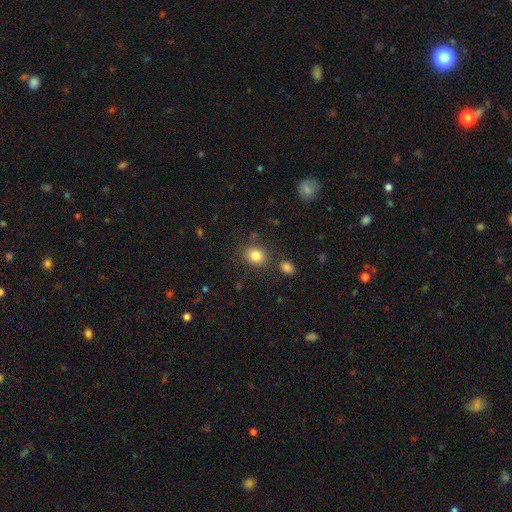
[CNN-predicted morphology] smooth 83%, star or artifact 11%, featured or disk 7%. Down the decision tree: how rounded — round (55%); merging — none (80%).